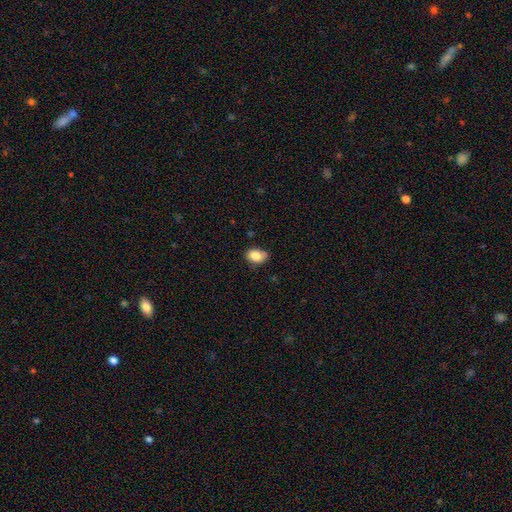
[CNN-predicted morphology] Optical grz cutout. It shows a smooth galaxy with no disk features (84%) that is in between round and cigar-shaped (78%). Merging: none (75%).